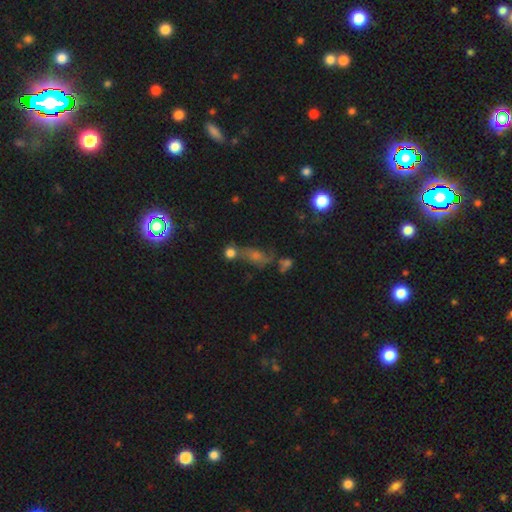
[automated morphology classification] A star or artifact, not a galaxy (39%).

Vote fractions:
- Smooth or featured? star or artifact: 39% / smooth: 36% / featured or disk: 25%